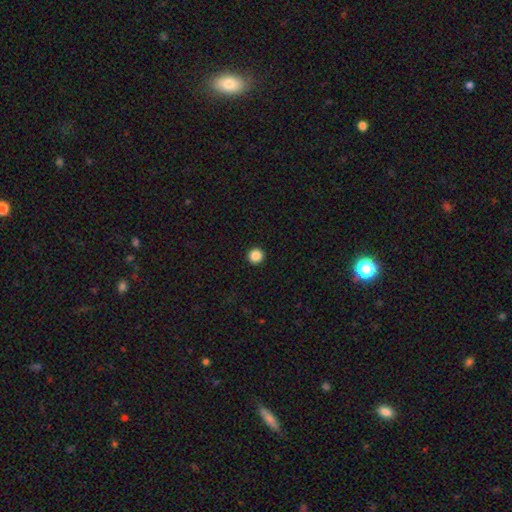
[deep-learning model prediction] A smooth galaxy with no disk features (87%) that is round (96%). Merging: none (94%).